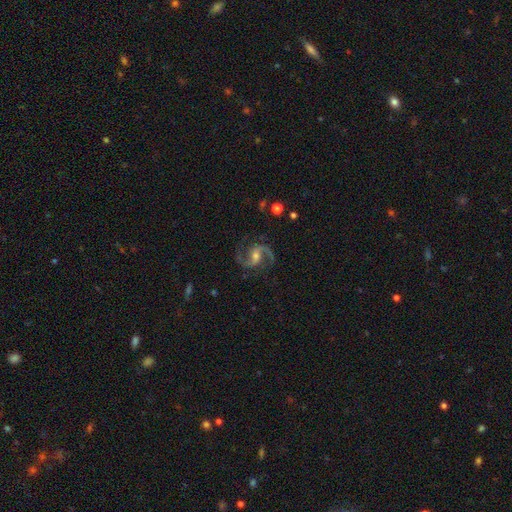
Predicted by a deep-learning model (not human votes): Smooth or featured: featured or disk — 93% (star or artifact — 5%)
Edge-on disk: no — 98% (yes — 2%)
Bar: weak — 46% (no — 34%)
Spiral arms: yes — 98% (no — 2%)
Spiral winding: medium — 61% (loose — 29%)
Spiral arm count: 2 — 94% (3 — 2%)
Bulge size: moderate — 56% (small — 38%)
Merging: none — 82% (minor disturbance — 12%)